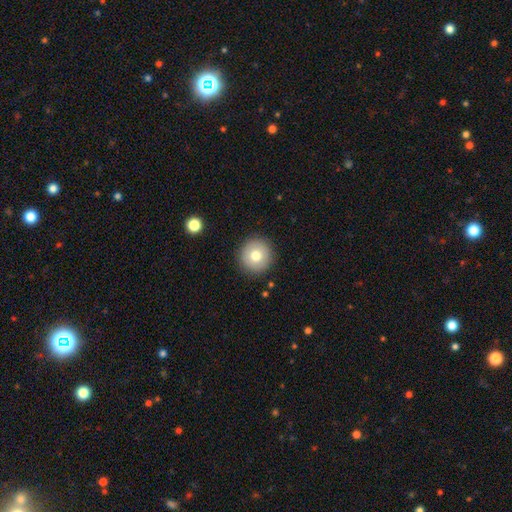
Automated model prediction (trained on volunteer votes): A smooth galaxy with no disk features (73%) that is round (95%).

Vote fractions:
- Smooth or featured? smooth: 73% / featured or disk: 18% / star or artifact: 9%
- How rounded? round: 95% / in between: 4% / cigar-shaped: 1%
- Merging? none: 91% / minor disturbance: 6% / major disturbance: 2% / merger: 1%